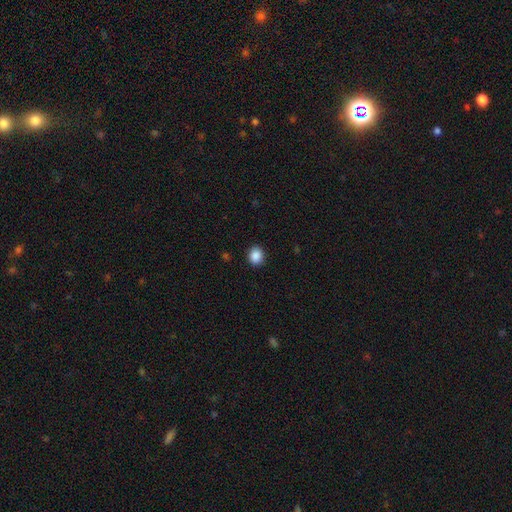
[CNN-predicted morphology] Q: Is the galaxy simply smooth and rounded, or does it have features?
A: smooth — 88%.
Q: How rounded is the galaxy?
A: round — 69%.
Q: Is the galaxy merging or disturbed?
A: none — 90%.